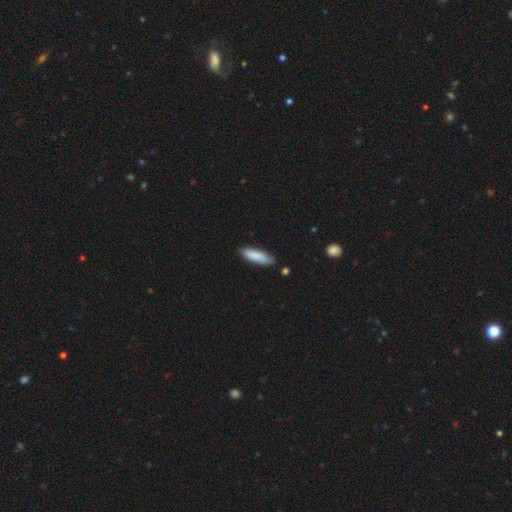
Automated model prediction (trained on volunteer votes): A smooth galaxy with no disk features (83%) that is cigar-shaped (58%). Merging: none (77%).